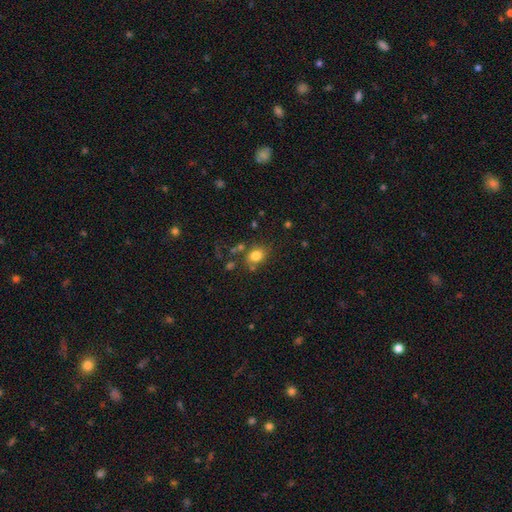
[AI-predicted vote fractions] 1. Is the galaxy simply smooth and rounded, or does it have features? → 79% smooth, 12% star or artifact, 8% featured or disk.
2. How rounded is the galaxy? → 51% in between, 47% round, 1% cigar-shaped.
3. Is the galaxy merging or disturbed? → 70% none, 15% minor disturbance, 10% merger, 5% major disturbance.